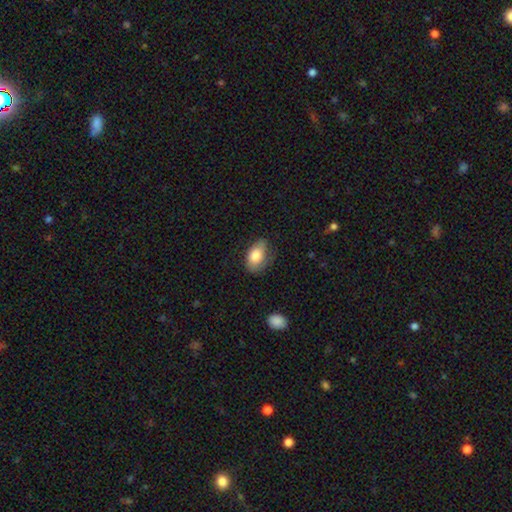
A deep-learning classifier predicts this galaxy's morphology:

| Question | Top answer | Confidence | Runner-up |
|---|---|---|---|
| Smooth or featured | smooth | 76% | featured or disk (17%) |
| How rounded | in between | 88% | round (10%) |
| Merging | none | 55% | minor disturbance (32%) |